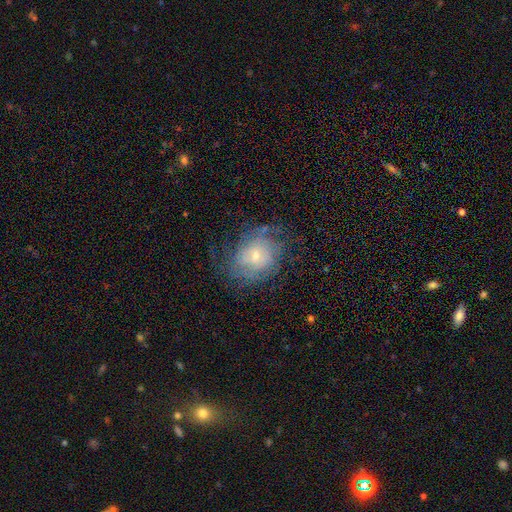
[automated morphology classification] Q: Smooth or featured?
A: featured or disk (53%); runner-up: smooth (36%)
Q: Edge-on disk?
A: no (96%); runner-up: yes (4%)
Q: Bar?
A: no (79%); runner-up: weak (18%)
Q: Spiral arms?
A: yes (65%); runner-up: no (35%)
Q: Bulge size?
A: small (66%); runner-up: moderate (28%)
Q: Merging?
A: none (60%); runner-up: minor disturbance (22%)